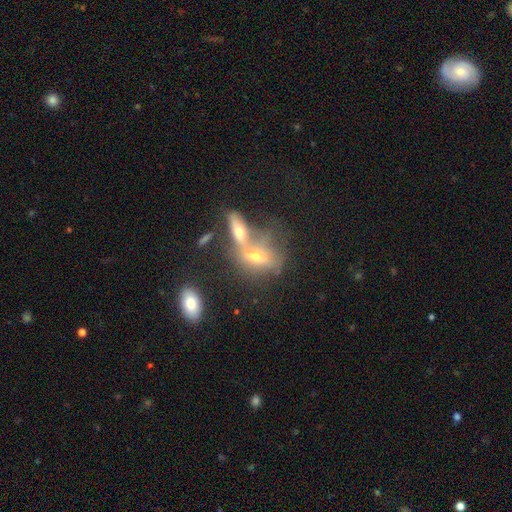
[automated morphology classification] smooth_or_featured: smooth (p=0.46) [alt: featured or disk p=0.41]
merging: merger (p=0.54) [alt: none p=0.30]